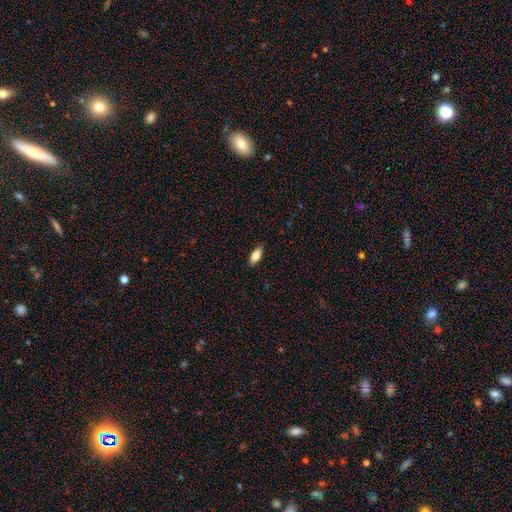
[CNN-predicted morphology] This is likely a smooth galaxy (80%). How rounded: clearly in between (83%). Merging: clearly none (87%).